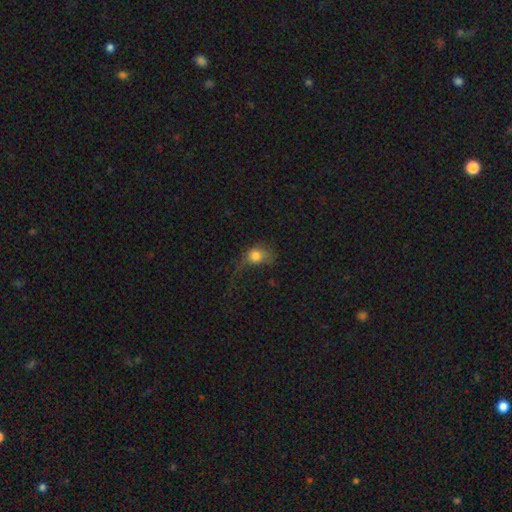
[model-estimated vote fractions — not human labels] smooth_or_featured: smooth (p=0.73) [alt: featured or disk p=0.15]
how_rounded: in between (p=0.51) [alt: round p=0.47]
merging: major disturbance (p=0.54) [alt: none p=0.22]